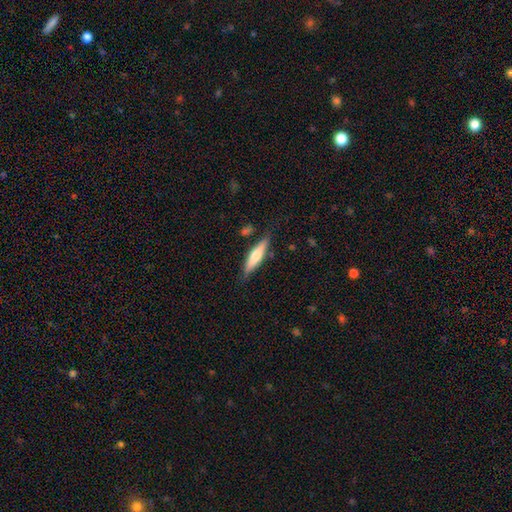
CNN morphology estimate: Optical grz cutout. It shows a smooth galaxy with no disk features (56%) that is cigar-shaped (79%). Merging: none (79%).